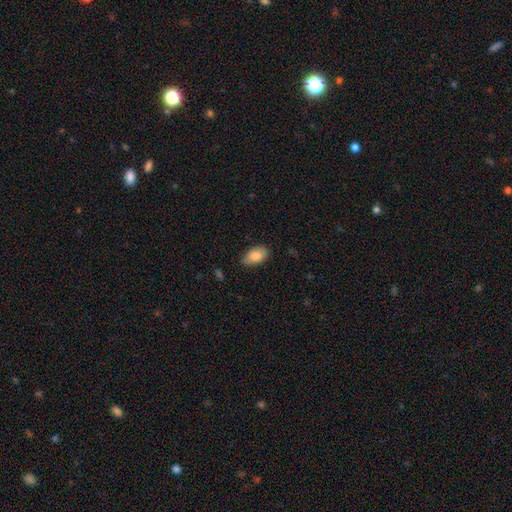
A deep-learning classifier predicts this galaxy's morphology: smooth-or-featured: smooth: 84% | featured or disk: 9% | star or artifact: 6%
  how-rounded: in between: 93% | round: 5% | cigar-shaped: 2%
  merging: none: 77% | minor disturbance: 19% | major disturbance: 3% | merger: 1%